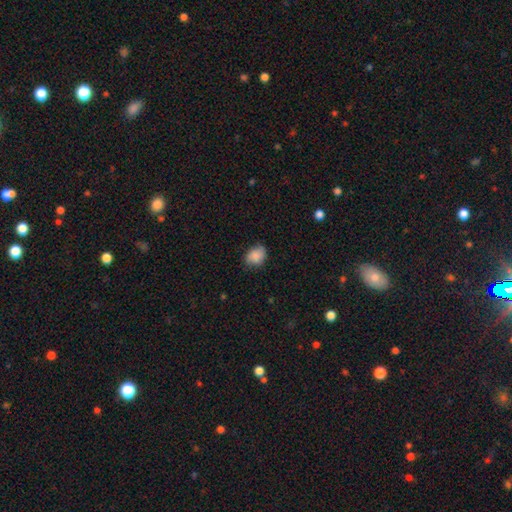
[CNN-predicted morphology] smooth-or-featured: smooth: 86% | star or artifact: 8% | featured or disk: 7%
  how-rounded: in between: 57% | round: 42% | cigar-shaped: 1%
  merging: none: 72% | minor disturbance: 23% | major disturbance: 4% | merger: 1%